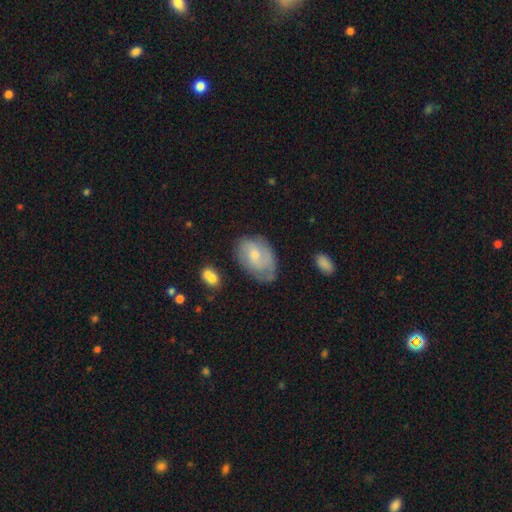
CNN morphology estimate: Smooth or featured? featured or disk (47%)
Merging? none (57%)